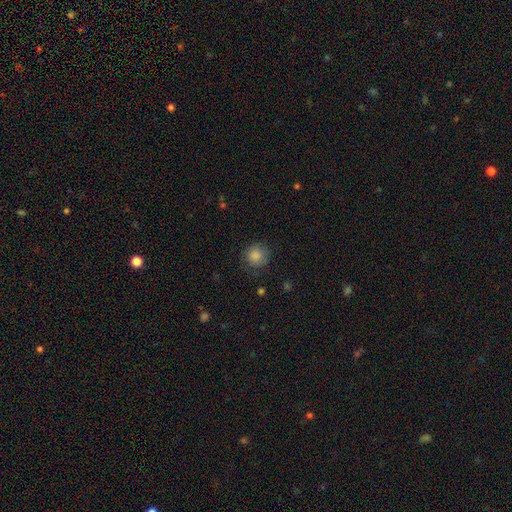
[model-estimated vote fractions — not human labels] Q: Smooth or featured?
A: smooth (86%); runner-up: star or artifact (8%)
Q: How rounded?
A: round (91%); runner-up: in between (8%)
Q: Merging?
A: none (77%); runner-up: minor disturbance (16%)